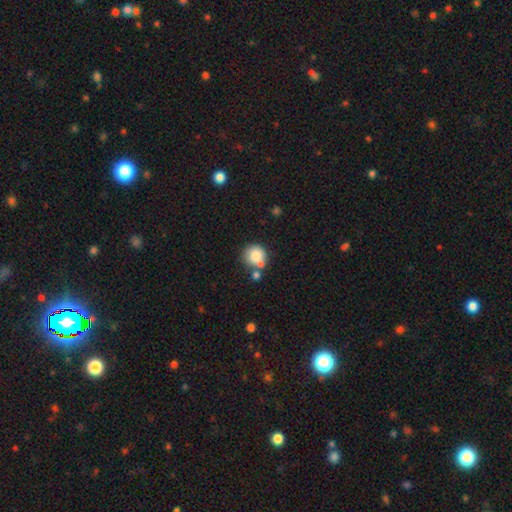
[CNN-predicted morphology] smooth 81%, featured or disk 10%, star or artifact 9%. Down the decision tree: how rounded — round (90%); merging — none (56%).